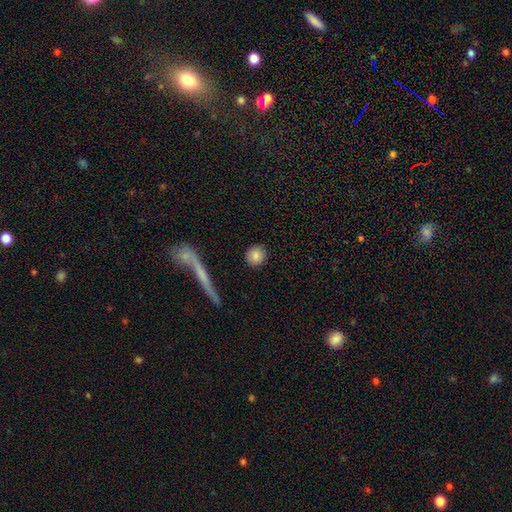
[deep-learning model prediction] A smooth galaxy with no disk features (84%) that is round (89%).

Vote fractions:
- Smooth or featured? smooth: 84% / featured or disk: 8% / star or artifact: 8%
- How rounded? round: 89% / in between: 8% / cigar-shaped: 2%
- Merging? none: 90% / minor disturbance: 6% / major disturbance: 2% / merger: 2%